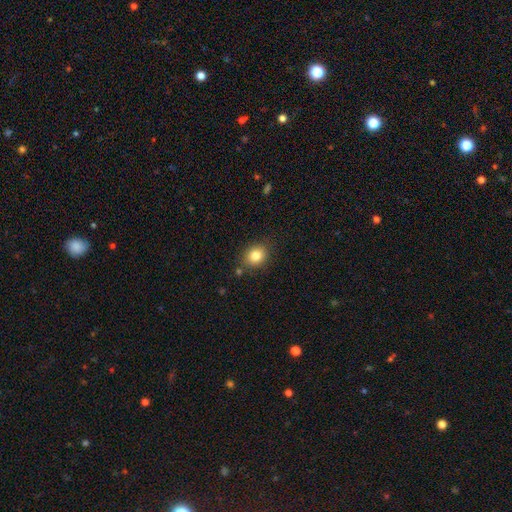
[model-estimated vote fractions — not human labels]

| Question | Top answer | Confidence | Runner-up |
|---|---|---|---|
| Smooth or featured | smooth | 83% | star or artifact (10%) |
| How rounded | round | 60% | in between (39%) |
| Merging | none | 83% | minor disturbance (11%) |